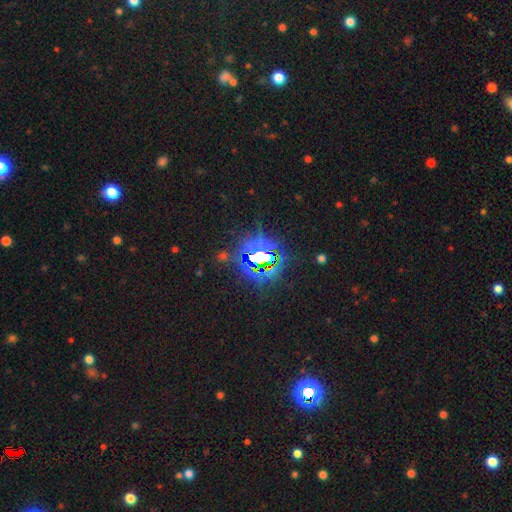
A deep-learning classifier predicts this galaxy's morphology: star or artifact 79%, smooth 11%, featured or disk 9%.